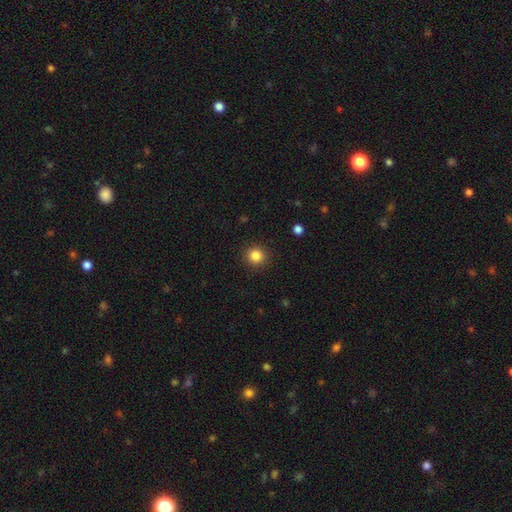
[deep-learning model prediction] Smooth or featured? smooth (84%)
How rounded? round (91%)
Merging? none (91%)